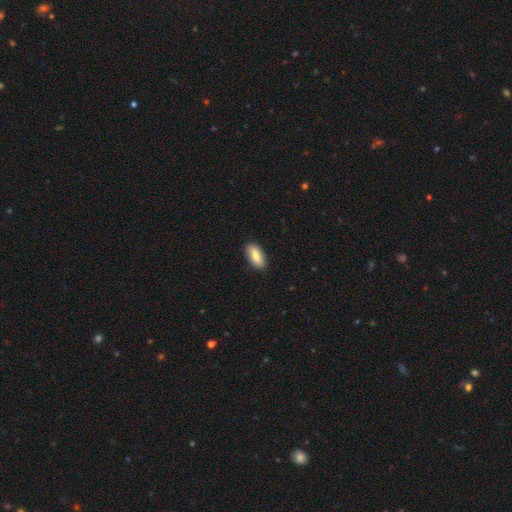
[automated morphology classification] smooth 82%, featured or disk 13%, star or artifact 6%. Down the decision tree: how rounded — in between (87%); merging — none (89%).